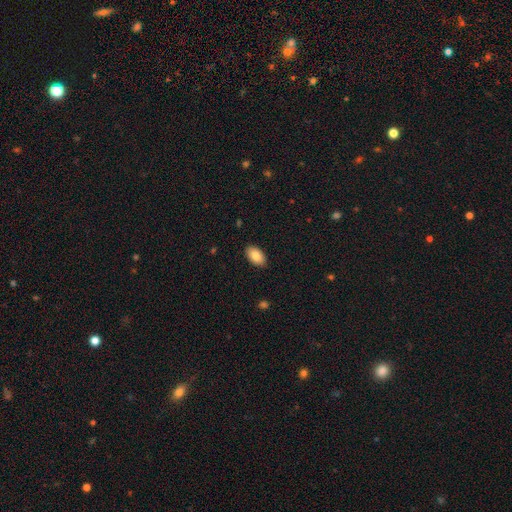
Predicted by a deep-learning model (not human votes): Smooth or featured: smooth — 86% (featured or disk — 8%)
How rounded: in between — 94% (round — 4%)
Merging: none — 88% (minor disturbance — 9%)